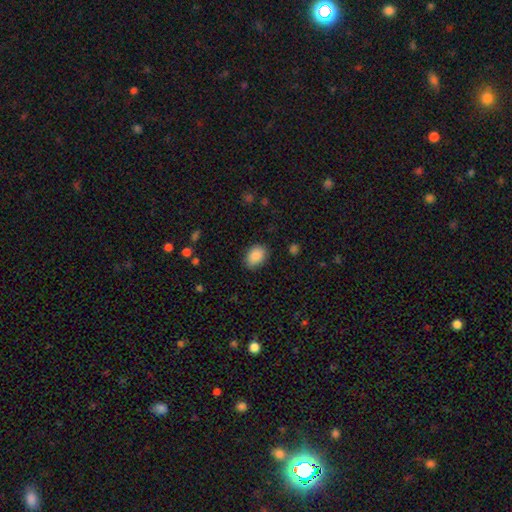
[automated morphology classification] A smooth galaxy with no disk features (88%) that is in between round and cigar-shaped (72%). Merging: none (83%).